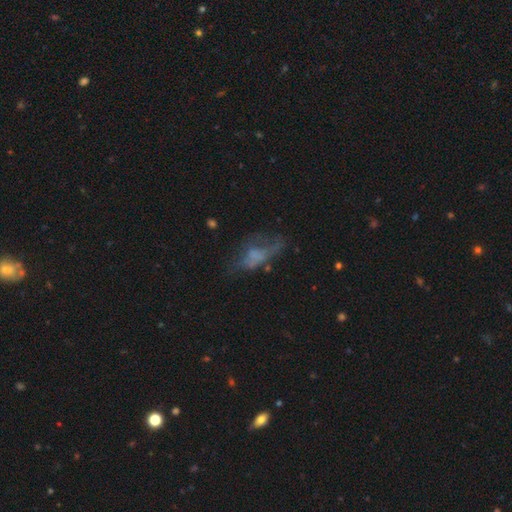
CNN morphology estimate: Q: Smooth or featured?
A: featured or disk (42%); runner-up: smooth (41%)
Q: Merging?
A: major disturbance (38%); runner-up: none (34%)